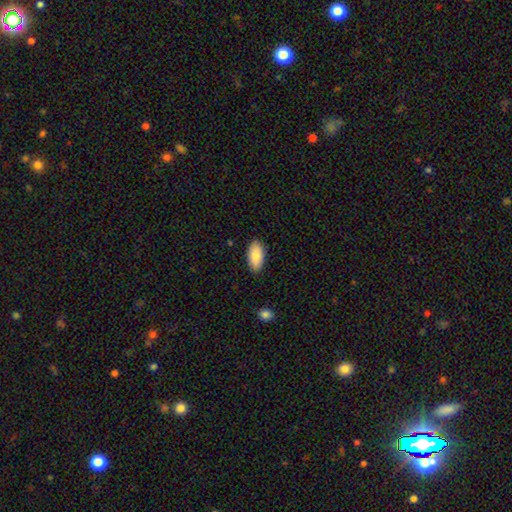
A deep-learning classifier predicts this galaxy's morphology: Q: Smooth or featured?
A: smooth (85%); runner-up: featured or disk (9%)
Q: How rounded?
A: in between (94%); runner-up: cigar-shaped (4%)
Q: Merging?
A: none (88%); runner-up: minor disturbance (9%)